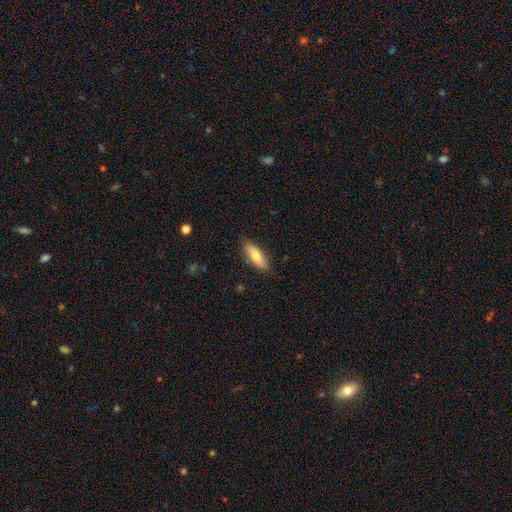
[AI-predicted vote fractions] A smooth galaxy with no disk features (74%) that is in between round and cigar-shaped (60%). Merging: none (86%).